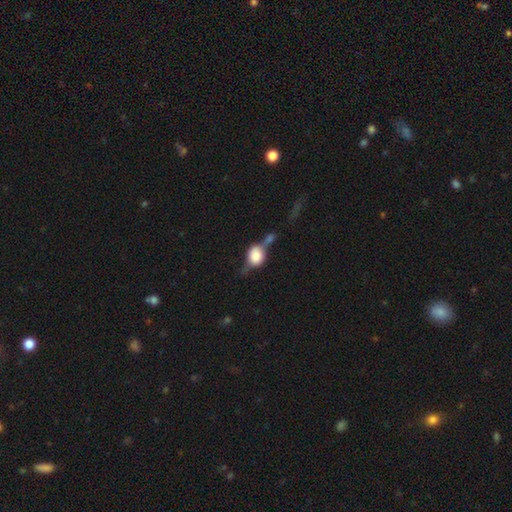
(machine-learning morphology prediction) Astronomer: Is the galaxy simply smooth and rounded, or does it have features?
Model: smooth — 56% (runner-up: featured or disk, 35%).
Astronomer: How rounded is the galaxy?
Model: round — 53% (runner-up: in between, 44%).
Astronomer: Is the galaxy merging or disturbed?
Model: merger — 32%, tied with none at 32%.